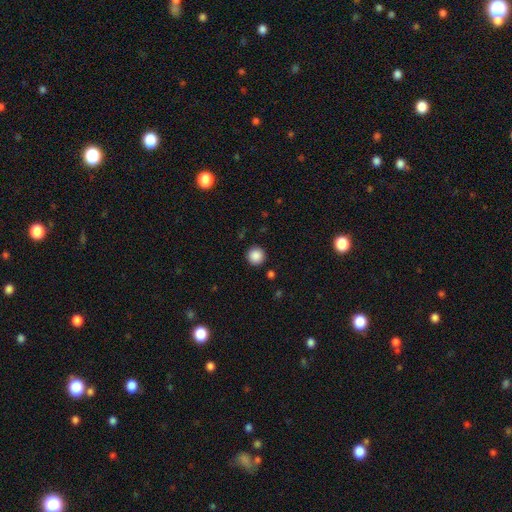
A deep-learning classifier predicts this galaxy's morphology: smooth-or-featured: smooth: 87% | star or artifact: 10% | featured or disk: 3%
  how-rounded: round: 95% | in between: 4% | cigar-shaped: 1%
  merging: none: 91% | minor disturbance: 6% | major disturbance: 2% | merger: 1%